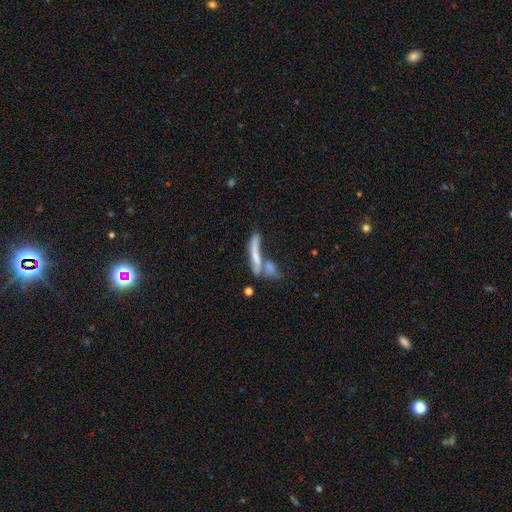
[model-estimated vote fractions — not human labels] Smooth or featured? Predicted: smooth (p=0.53). How rounded? Predicted: cigar-shaped (p=0.82). Merging? Predicted: merger (p=0.47).